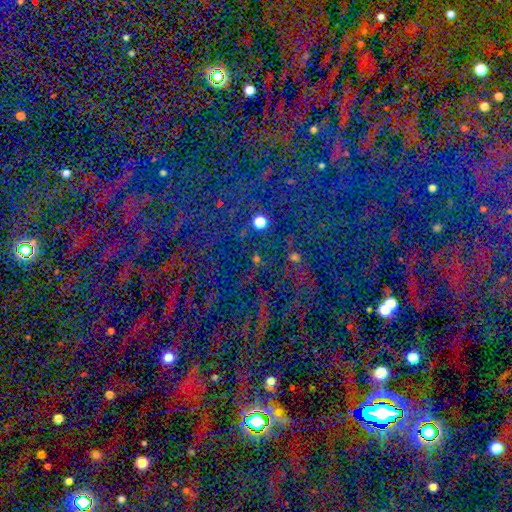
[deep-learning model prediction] smooth-or-featured: star or artifact: 79% | smooth: 13% | featured or disk: 8%